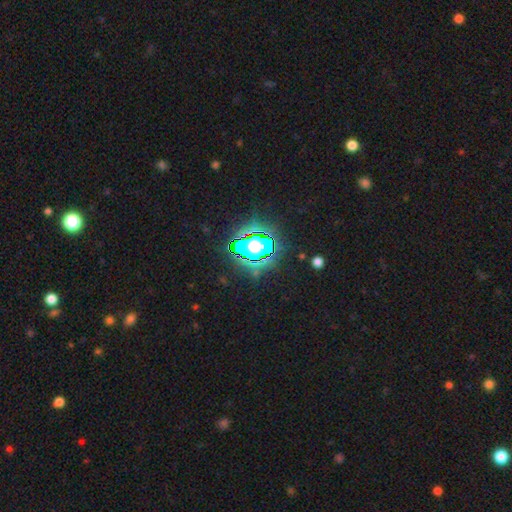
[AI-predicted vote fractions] Smooth or featured: star or artifact — 80% (smooth — 12%)